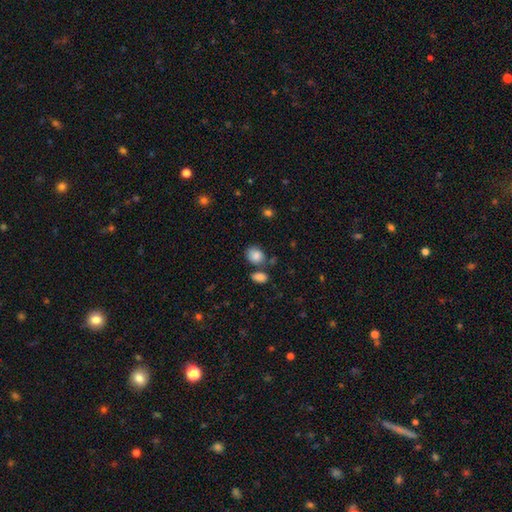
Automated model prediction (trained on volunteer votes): smooth_or_featured: smooth (p=0.85) [alt: star or artifact p=0.09]
how_rounded: round (p=0.54) [alt: in between p=0.44]
merging: none (p=0.63) [alt: merger p=0.17]